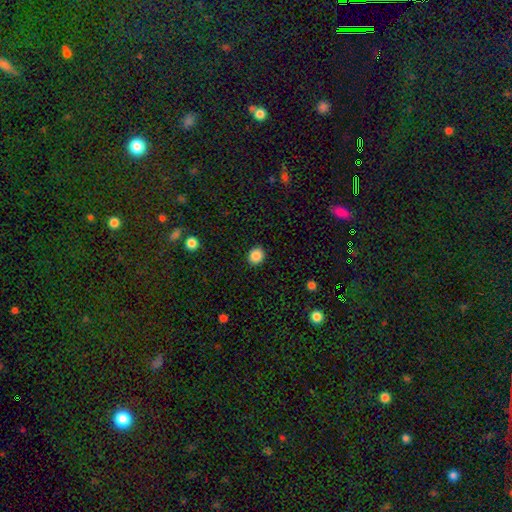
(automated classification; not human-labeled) smooth-or-featured: smooth: 87% | star or artifact: 10% | featured or disk: 3%
  how-rounded: round: 76% | in between: 24% | cigar-shaped: 1%
  merging: none: 91% | minor disturbance: 6% | major disturbance: 2% | merger: 1%